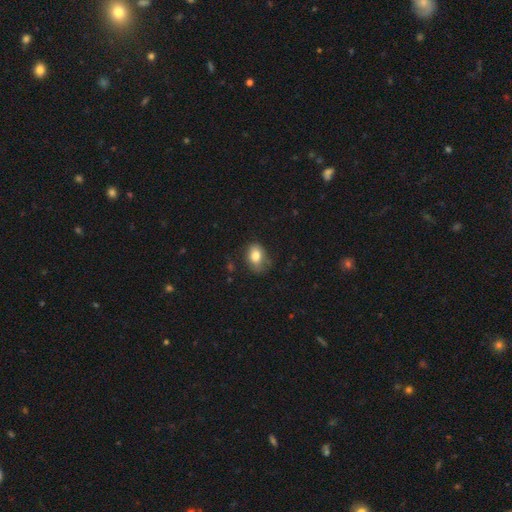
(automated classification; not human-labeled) Smooth or featured? smooth (79%)
How rounded? in between (72%)
Merging? none (58%)